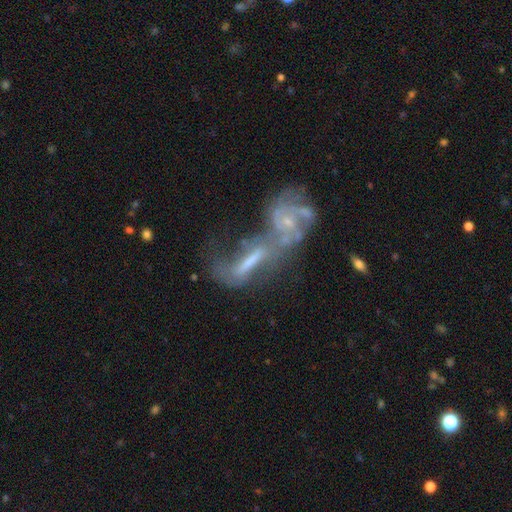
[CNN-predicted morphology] smooth-or-featured: featured or disk: 65% | smooth: 20% | star or artifact: 15%
  disk-edge-on: no: 87% | yes: 13%
    bar: no: 51% | weak: 32% | strong: 17%
    has-spiral-arms: yes: 65% | no: 35%
    bulge-size: small: 50% | moderate: 29% | none: 16% | large: 3% | dominant: 2%
  merging: merger: 74% | none: 12% | major disturbance: 9% | minor disturbance: 6%